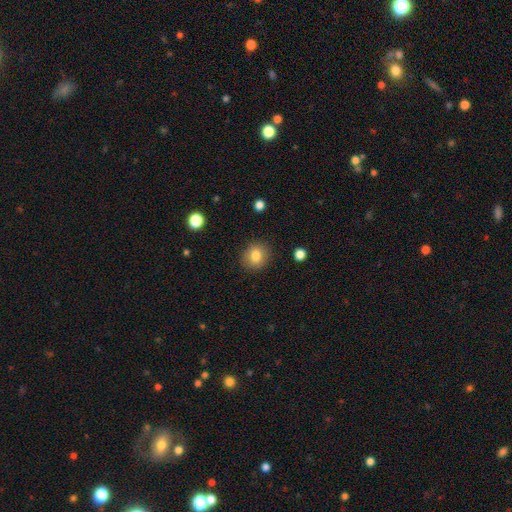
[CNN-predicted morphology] The model was most divided on "how rounded": round: 77%, in between: 22%, cigar-shaped: 1%. More confident: merging — none (88%); smooth or featured — smooth (82%).